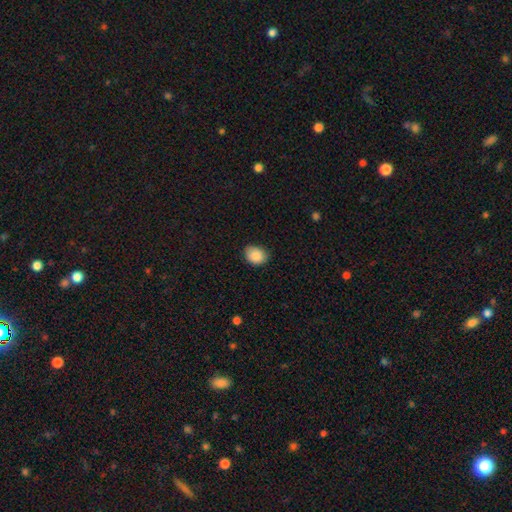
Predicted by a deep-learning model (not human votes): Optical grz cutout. It shows a smooth galaxy with no disk features (88%) that is in between round and cigar-shaped (51%). Merging: none (75%).